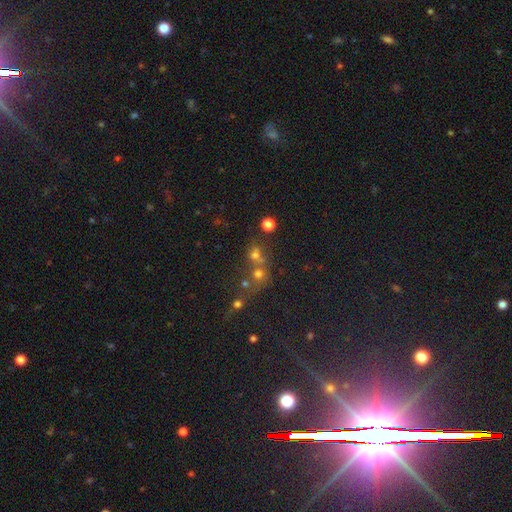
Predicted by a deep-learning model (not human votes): Smooth or featured? Predicted: smooth (p=0.51). How rounded? Predicted: round (p=0.81). Merging? Predicted: merger (p=0.47).